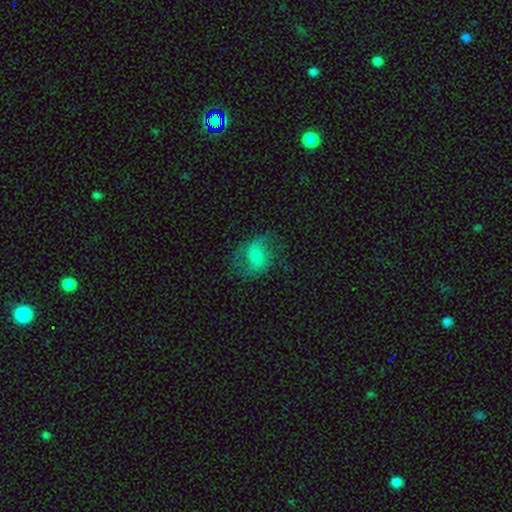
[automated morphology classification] This appears to be a featured or disk galaxy (45%, tied with smooth). Merging: none (57%).